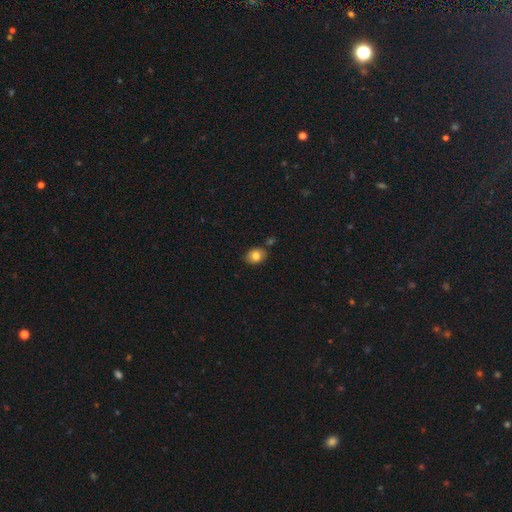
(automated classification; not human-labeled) smooth 82%, featured or disk 10%, star or artifact 9%. Down the decision tree: how rounded — in between (62%); merging — none (76%).